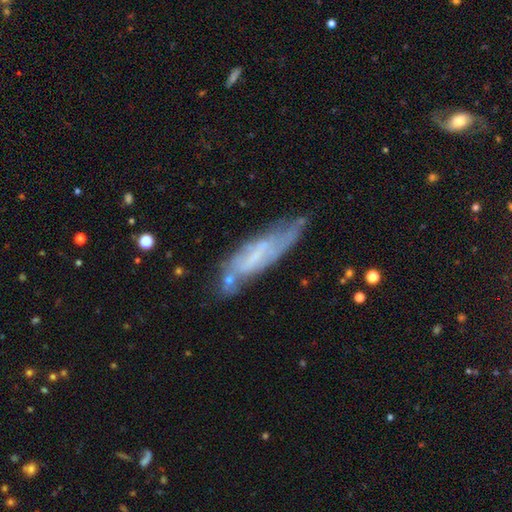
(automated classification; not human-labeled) This appears to be a featured or disk galaxy (55%). Merging: none (51%).